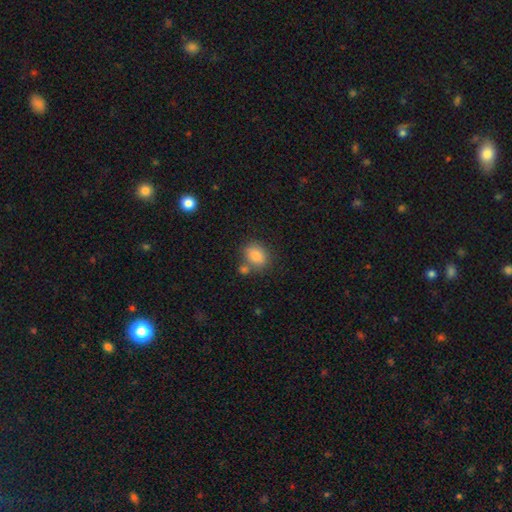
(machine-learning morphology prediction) Overall: smooth (86%). How rounded: in between (68%; round 31%). Merging: none (63%).